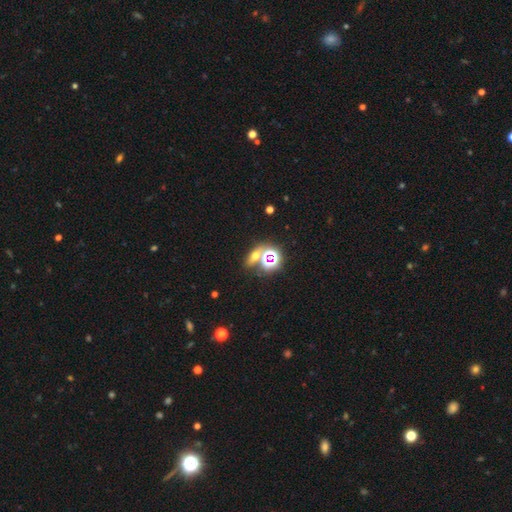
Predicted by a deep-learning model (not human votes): This is marginally a star or artifact rather than a galaxy (43%).